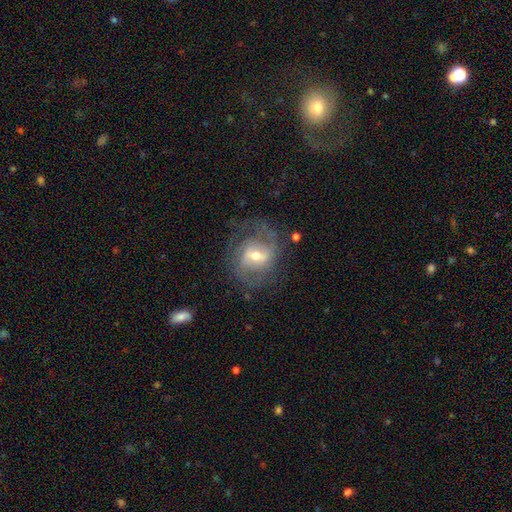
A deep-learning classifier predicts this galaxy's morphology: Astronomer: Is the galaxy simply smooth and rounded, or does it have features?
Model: featured or disk — 79%.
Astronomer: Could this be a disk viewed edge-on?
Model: no — 97%.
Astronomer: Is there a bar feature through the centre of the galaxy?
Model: weak — 51%.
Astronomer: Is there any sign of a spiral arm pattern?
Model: yes — 88%.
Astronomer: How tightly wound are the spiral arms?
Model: medium — 46% (runner-up: tight, 30%).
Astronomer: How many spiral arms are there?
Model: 2 — 61%.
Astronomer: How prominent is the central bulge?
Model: moderate — 56% (runner-up: small, 37%).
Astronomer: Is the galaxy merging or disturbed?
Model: none — 64%.